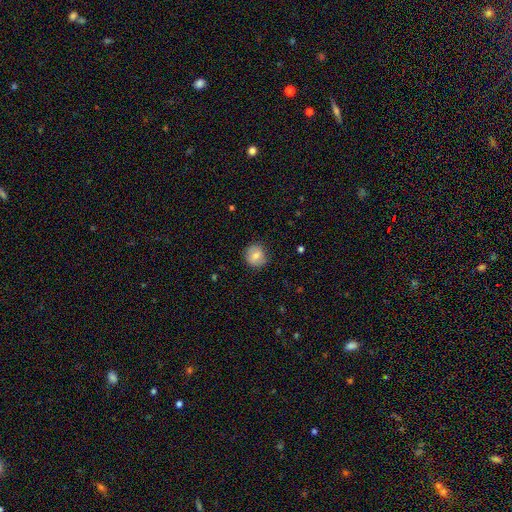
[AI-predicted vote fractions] A smooth galaxy with no disk features (74%) that is round (87%).

Vote fractions:
- Smooth or featured? smooth: 74% / featured or disk: 17% / star or artifact: 9%
- How rounded? round: 87% / in between: 12% / cigar-shaped: 1%
- Merging? none: 83% / minor disturbance: 12% / major disturbance: 3% / merger: 1%